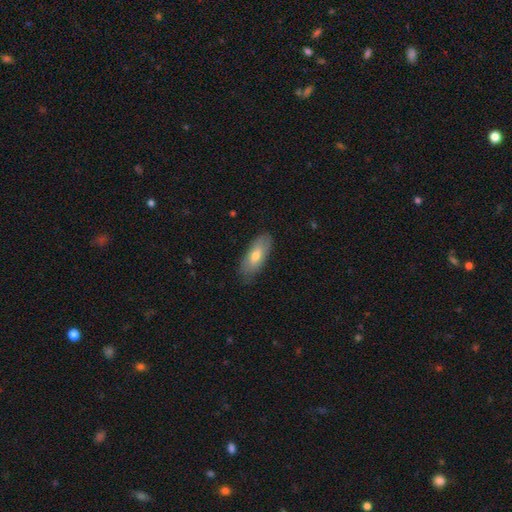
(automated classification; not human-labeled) Q: Smooth or featured?
A: smooth (70%); runner-up: featured or disk (24%)
Q: How rounded?
A: in between (79%); runner-up: cigar-shaped (19%)
Q: Merging?
A: none (81%); runner-up: minor disturbance (15%)